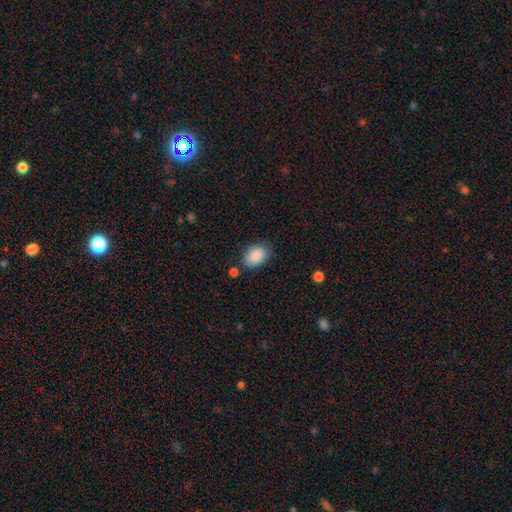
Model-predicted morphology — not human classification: Smooth or featured? smooth (88%)
How rounded? in between (87%)
Merging? none (76%)